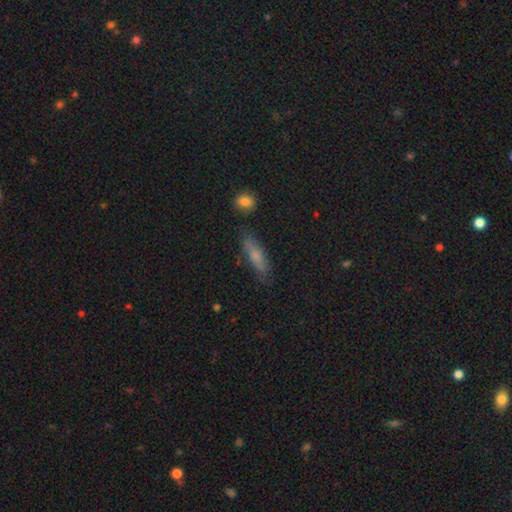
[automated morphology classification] The model was most divided on "how rounded": cigar-shaped: 65%, in between: 33%, round: 3%. More confident: merging — none (75%); smooth or featured — smooth (67%).